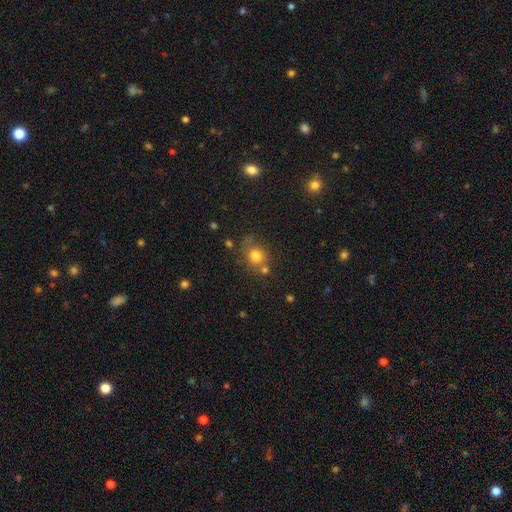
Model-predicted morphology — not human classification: A smooth galaxy with no disk features (76%) that is round (72%). Merging: none (60%).